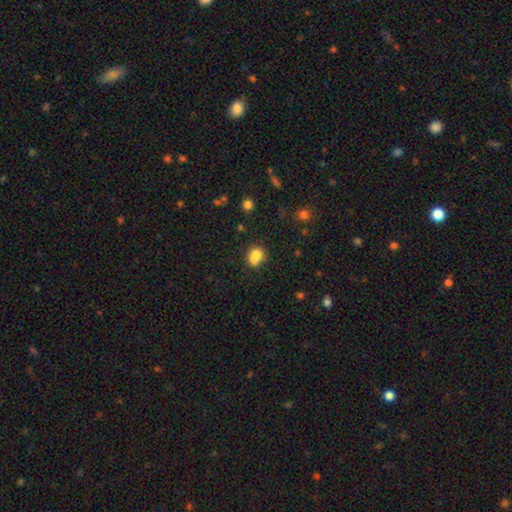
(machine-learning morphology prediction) smooth 76%, featured or disk 13%, star or artifact 11%. Down the decision tree: how rounded — round (62%); merging — merger (46%).